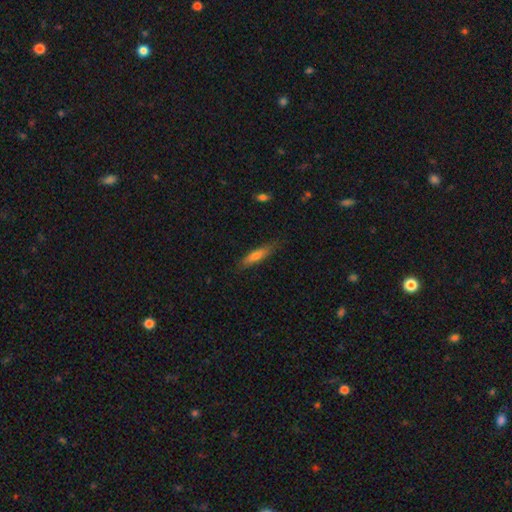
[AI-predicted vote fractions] Smooth or featured? smooth (59%)
How rounded? cigar-shaped (83%)
Merging? none (82%)